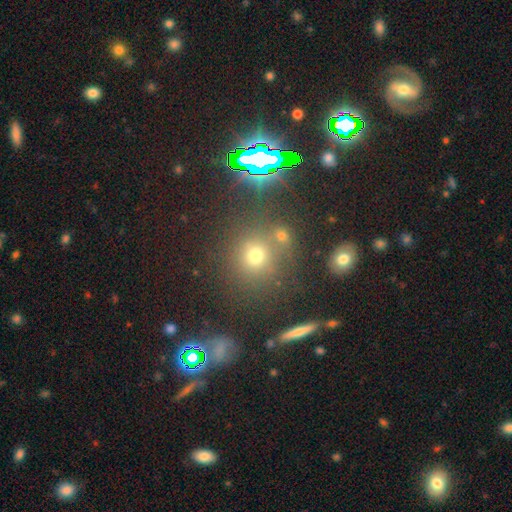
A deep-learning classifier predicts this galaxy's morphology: smooth 63%, star or artifact 27%, featured or disk 10%. Down the decision tree: how rounded — round (87%); merging — none (72%).